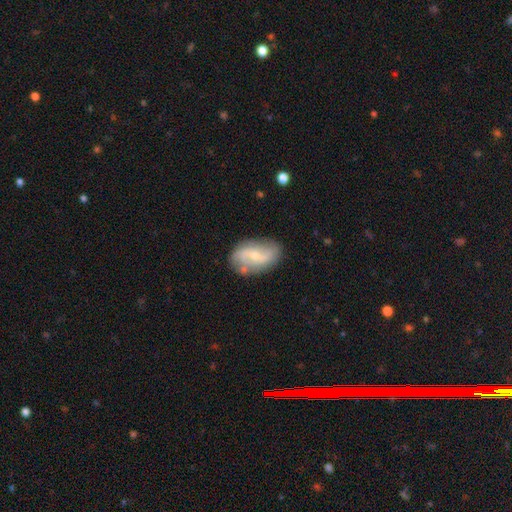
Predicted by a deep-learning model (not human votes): Smooth or featured? Predicted: featured or disk (p=0.68). Edge-on disk? Predicted: no (p=0.96). Bar? Predicted: no (p=0.43, tied with weak). Spiral arms? Predicted: yes (p=0.84). Spiral winding? Predicted: loose (p=0.51). Spiral arm count? Predicted: 2 (p=0.81). Bulge size? Predicted: small (p=0.63). Merging? Predicted: none (p=0.69).